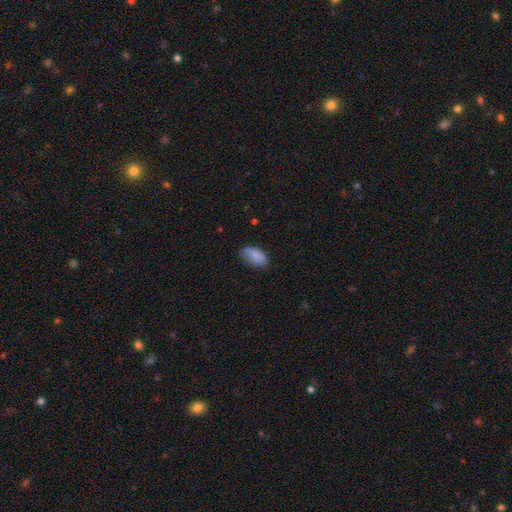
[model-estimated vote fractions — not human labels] This appears to be a smooth galaxy with no disk features (84%) that is in between round and cigar-shaped (93%). Merging: none (64%).